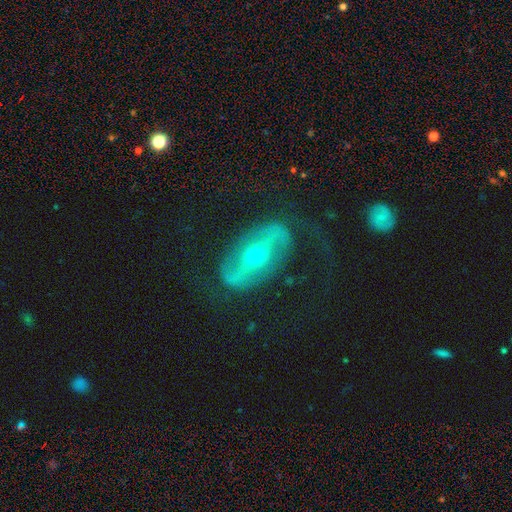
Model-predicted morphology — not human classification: type=featured or disk (82%); edge-on=no (90%); bar=strong (68%); spiral arms=yes (71%); winding=loose (56%); arm count=2 (89%); bulge=moderate (53%); merging=none (69%).